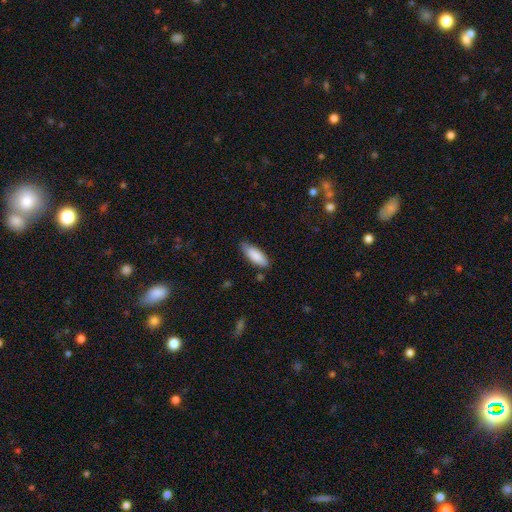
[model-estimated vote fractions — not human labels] Morphology: type=smooth (87%); roundness=in between (71%); merging=none (76%).